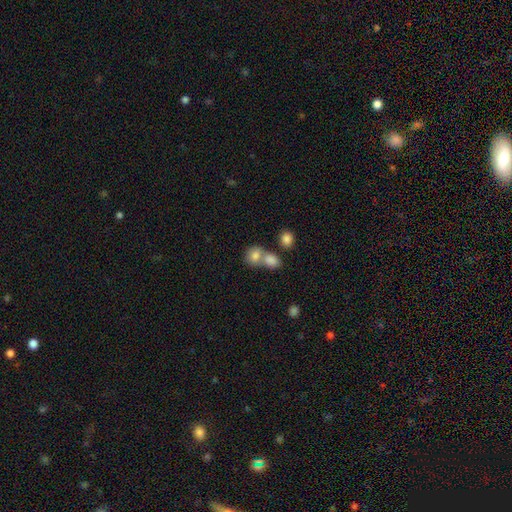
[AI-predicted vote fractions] This is clearly a smooth galaxy (80%). How rounded: possibly round (56%). Merging: possibly merger (56%).